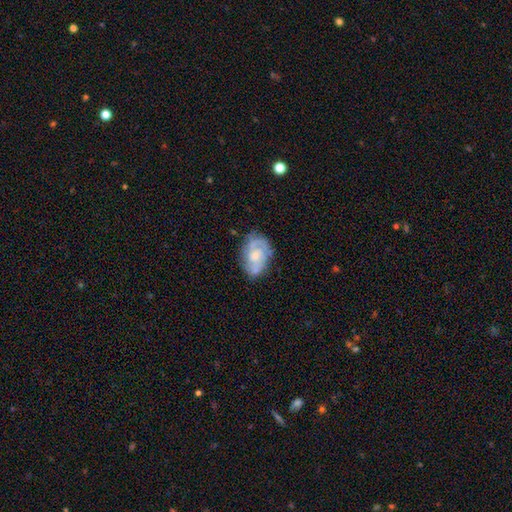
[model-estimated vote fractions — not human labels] Smooth or featured? featured or disk (70%)
Edge-on disk? no (97%)
Bar? no (65%)
Spiral arms? yes (85%)
Spiral winding? tight (46%)
Spiral arm count? 2 (43%)
Bulge size? moderate (41%)
Merging? none (66%)